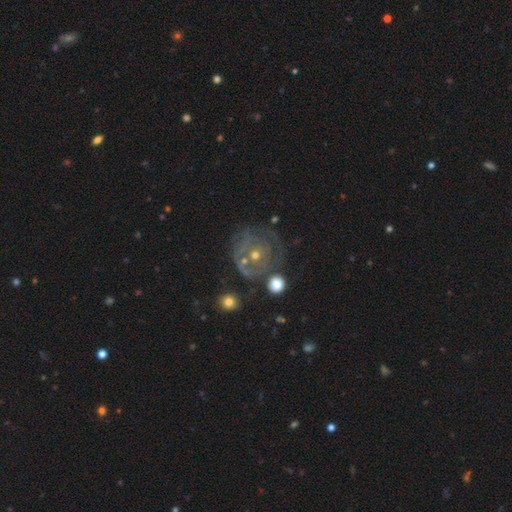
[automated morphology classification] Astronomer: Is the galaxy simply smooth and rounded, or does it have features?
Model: featured or disk — 63%.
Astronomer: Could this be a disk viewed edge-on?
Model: no — 97%.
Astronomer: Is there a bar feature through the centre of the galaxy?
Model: no — 68%.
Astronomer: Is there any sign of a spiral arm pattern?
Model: yes — 66%.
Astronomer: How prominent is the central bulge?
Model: small — 66%.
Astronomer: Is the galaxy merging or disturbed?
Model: none — 64%.